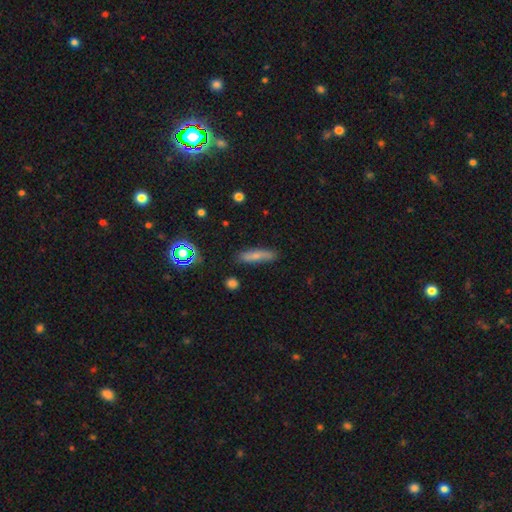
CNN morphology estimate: Smooth or featured?
  - smooth: 68% *
  - featured or disk: 20%
  - star or artifact: 11%
How rounded?
  - cigar-shaped: 74% *
  - in between: 23%
  - round: 3%
Merging?
  - none: 81% *
  - minor disturbance: 14%
  - major disturbance: 3%
  - merger: 2%